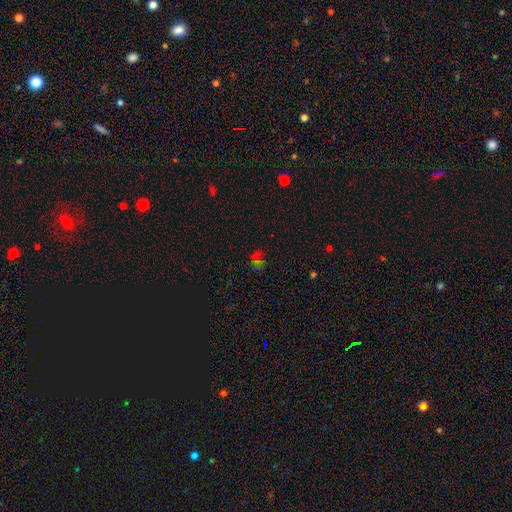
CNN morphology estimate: Smooth or featured? Predicted: star or artifact (p=0.47).